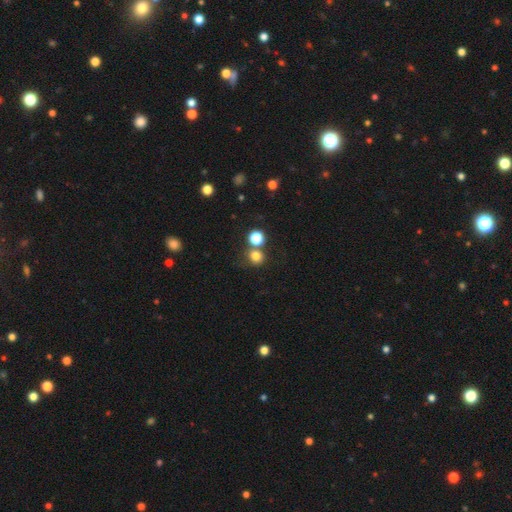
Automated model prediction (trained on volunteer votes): A smooth galaxy with no disk features (77%) that is round (86%).

Vote fractions:
- Smooth or featured? smooth: 77% / star or artifact: 16% / featured or disk: 7%
- How rounded? round: 86% / in between: 13% / cigar-shaped: 1%
- Merging? none: 63% / merger: 24% / minor disturbance: 9% / major disturbance: 4%